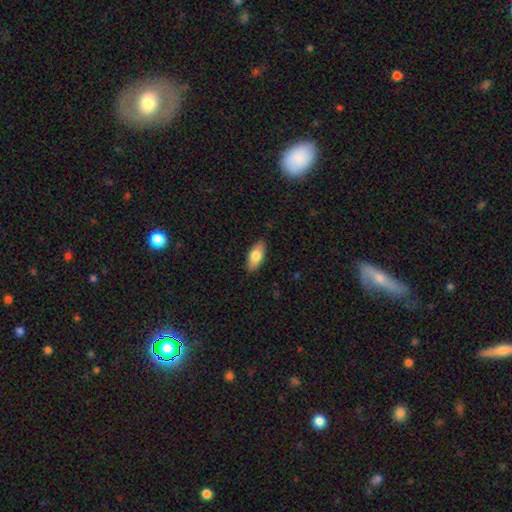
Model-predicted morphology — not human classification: Smooth or featured?
  - smooth: 77% *
  - featured or disk: 17%
  - star or artifact: 6%
How rounded?
  - in between: 85% *
  - cigar-shaped: 12%
  - round: 3%
Merging?
  - none: 86% *
  - minor disturbance: 11%
  - major disturbance: 2%
  - merger: 1%